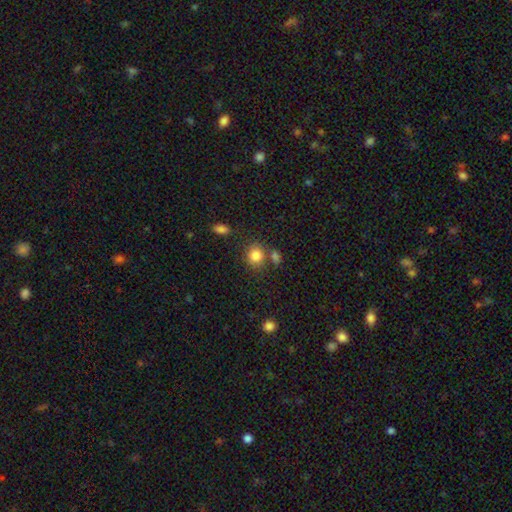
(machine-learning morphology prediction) A smooth galaxy with no disk features (83%) that is round (78%). Merging: none (68%).